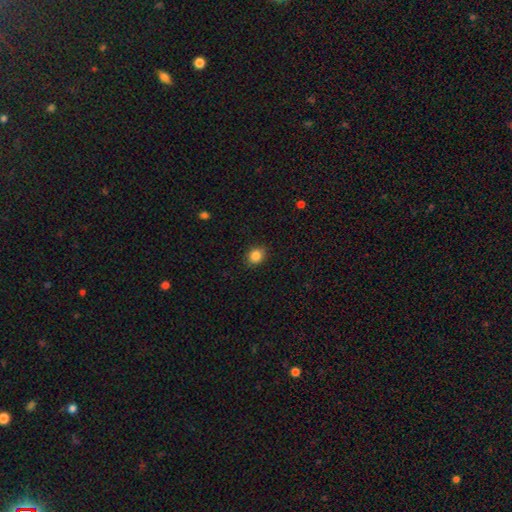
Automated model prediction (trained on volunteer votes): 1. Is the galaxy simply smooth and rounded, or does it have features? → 85% smooth, 10% star or artifact, 4% featured or disk.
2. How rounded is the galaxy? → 65% round, 34% in between, 1% cigar-shaped.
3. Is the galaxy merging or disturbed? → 89% none, 8% minor disturbance, 2% major disturbance, 1% merger.